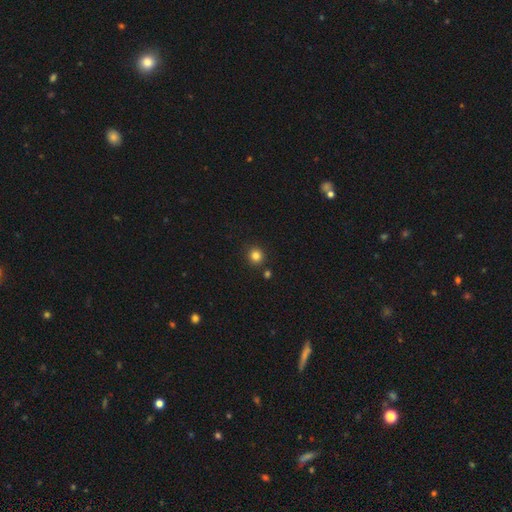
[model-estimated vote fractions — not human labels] Overall: smooth (83%). How rounded: round (93%). Merging: none (88%).